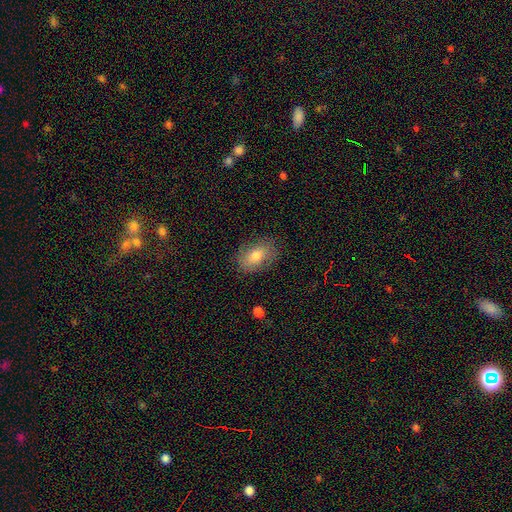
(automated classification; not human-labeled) Smooth or featured?
  - smooth: 74% *
  - featured or disk: 17%
  - star or artifact: 9%
How rounded?
  - in between: 86% *
  - round: 12%
  - cigar-shaped: 2%
Merging?
  - none: 81% *
  - minor disturbance: 14%
  - major disturbance: 4%
  - merger: 1%